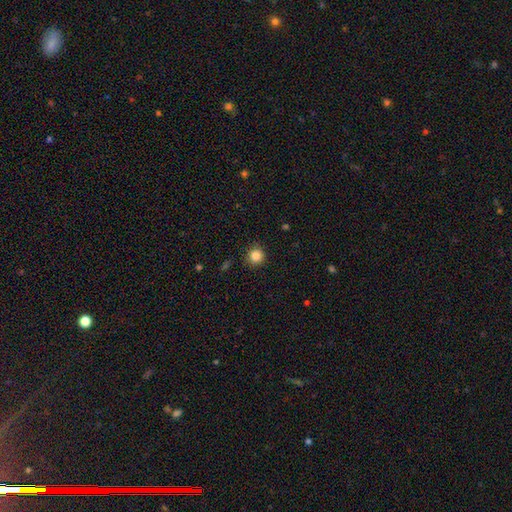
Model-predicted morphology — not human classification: Smooth or featured? Predicted: smooth (p=0.85). How rounded? Predicted: round (p=0.93). Merging? Predicted: none (p=0.88).